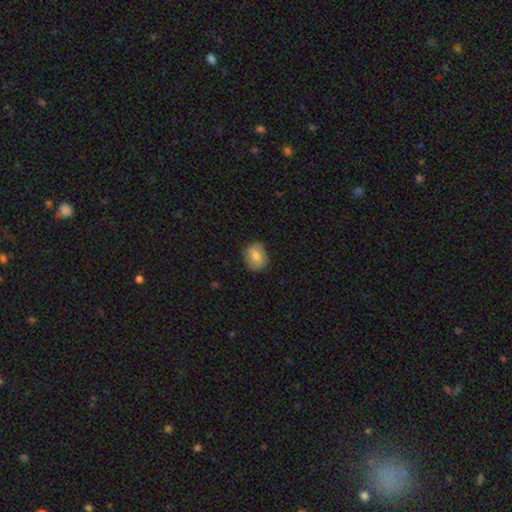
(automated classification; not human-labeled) This appears to be a smooth galaxy with no disk features (75%) that is round (53%). Merging: none (81%).